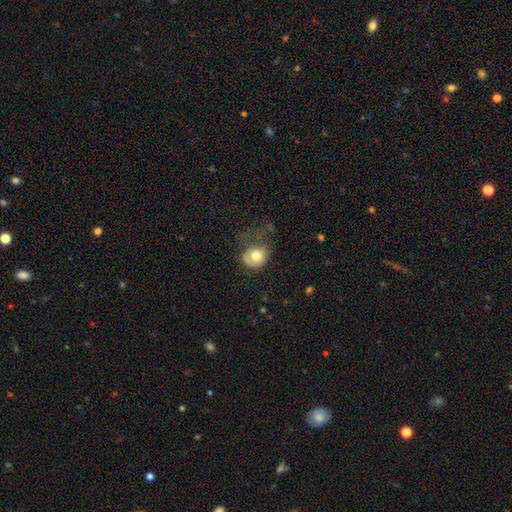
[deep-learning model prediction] Smooth or featured? smooth (69%)
How rounded? round (67%)
Merging? major disturbance (43%)